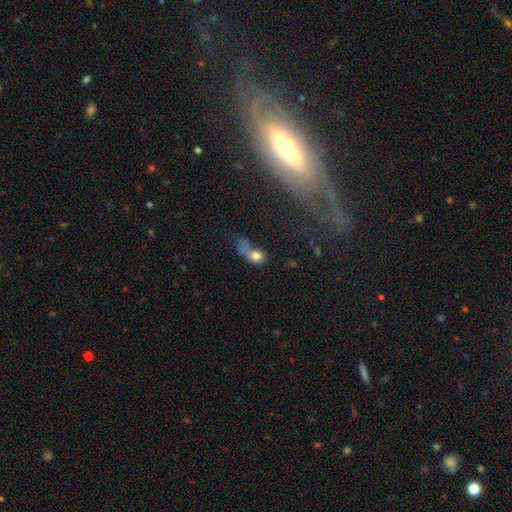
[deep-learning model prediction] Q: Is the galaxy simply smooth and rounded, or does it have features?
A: smooth — 70%.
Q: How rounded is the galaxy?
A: in between — 54%.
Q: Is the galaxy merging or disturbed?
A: major disturbance — 41%.